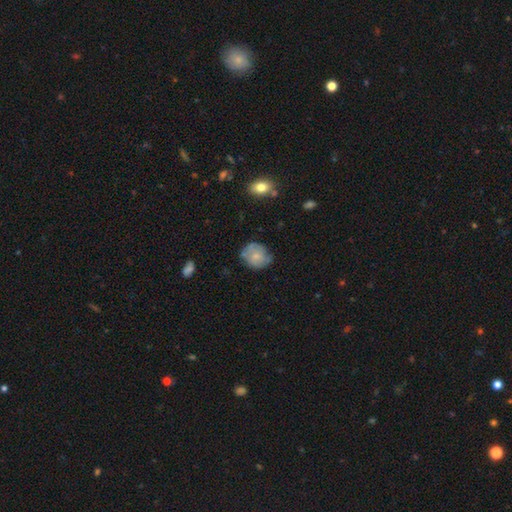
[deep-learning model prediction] Smooth or featured?
  - smooth: 62% *
  - featured or disk: 30%
  - star or artifact: 8%
How rounded?
  - round: 69% *
  - in between: 30%
  - cigar-shaped: 1%
Merging?
  - none: 61% *
  - minor disturbance: 28%
  - major disturbance: 8%
  - merger: 3%